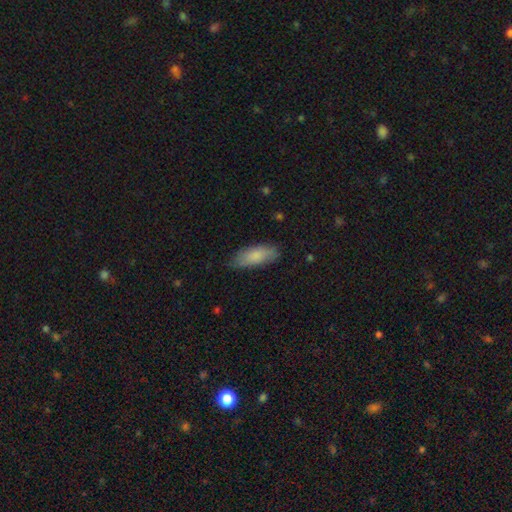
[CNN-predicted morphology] Overall: smooth (82%). How rounded: in between (76%). Merging: none (73%).